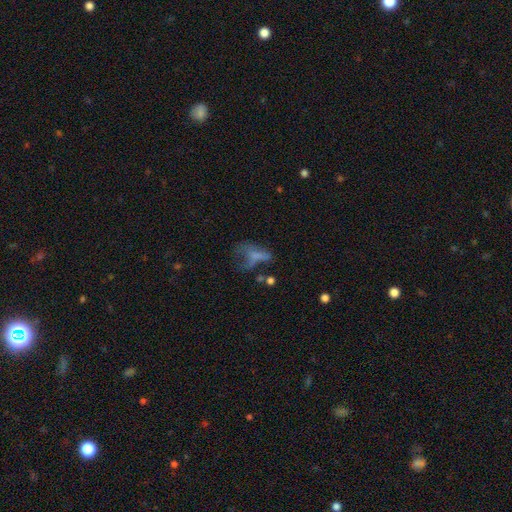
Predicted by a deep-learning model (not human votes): Morphology: type=smooth (48%); merging=major disturbance (47%).